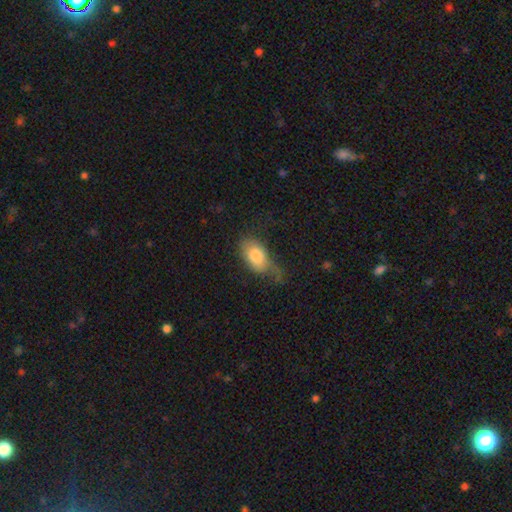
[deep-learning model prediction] Smooth or featured?
  - smooth: 78% *
  - featured or disk: 15%
  - star or artifact: 7%
How rounded?
  - in between: 89% *
  - round: 8%
  - cigar-shaped: 3%
Merging?
  - minor disturbance: 34% * (tied)
  - none: 34% * (tied)
  - major disturbance: 28%
  - merger: 4%